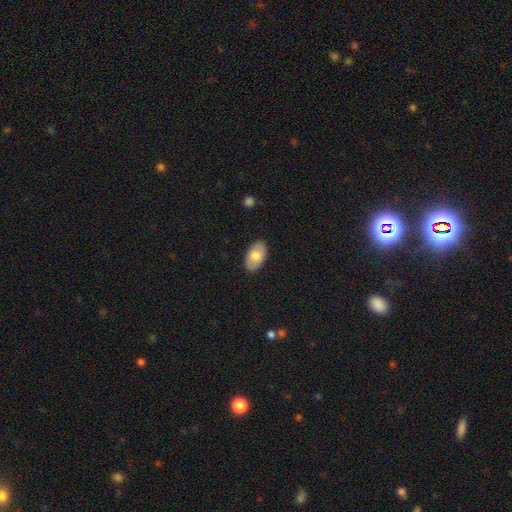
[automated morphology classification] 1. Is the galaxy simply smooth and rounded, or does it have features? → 75% smooth, 20% featured or disk, 6% star or artifact.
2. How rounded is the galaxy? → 94% in between, 4% round, 1% cigar-shaped.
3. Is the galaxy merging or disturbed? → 88% none, 9% minor disturbance, 2% major disturbance, 1% merger.